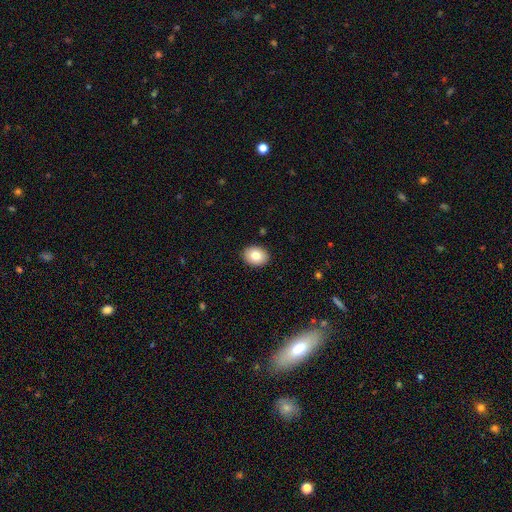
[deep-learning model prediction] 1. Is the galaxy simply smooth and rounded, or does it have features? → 80% smooth, 11% featured or disk, 8% star or artifact.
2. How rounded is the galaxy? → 57% in between, 42% round, 1% cigar-shaped.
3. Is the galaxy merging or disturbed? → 91% none, 7% minor disturbance, 2% major disturbance, 1% merger.